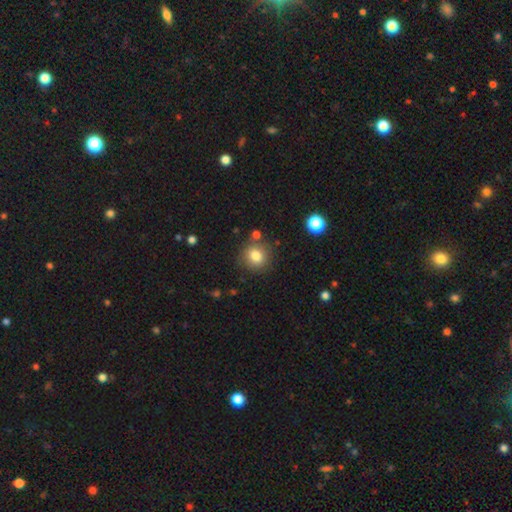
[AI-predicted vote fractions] Overall: smooth (81%). How rounded: round (88%). Merging: none (81%).